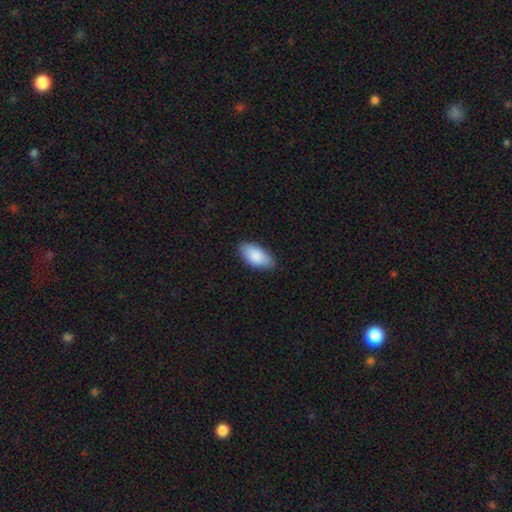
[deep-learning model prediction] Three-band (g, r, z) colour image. It shows a smooth galaxy with no disk features (88%) that is in between round and cigar-shaped (94%). Merging: none (84%).